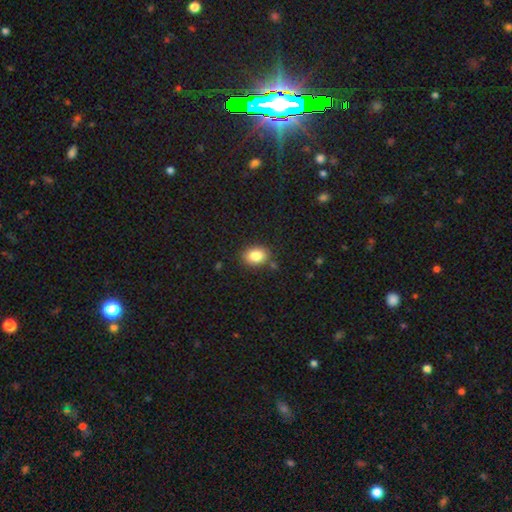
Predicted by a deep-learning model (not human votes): Smooth or featured?
  - smooth: 84% *
  - star or artifact: 9%
  - featured or disk: 7%
How rounded?
  - in between: 66% *
  - round: 33%
  - cigar-shaped: 1%
Merging?
  - none: 83% *
  - minor disturbance: 11%
  - merger: 3%
  - major disturbance: 3%